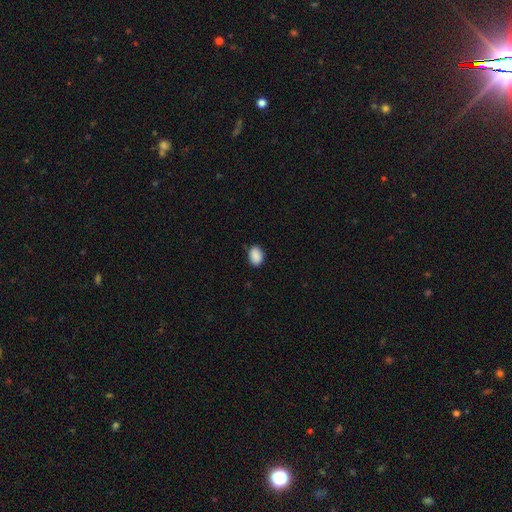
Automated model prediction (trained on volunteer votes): The model was most divided on "how rounded": in between: 80%, round: 19%, cigar-shaped: 1%. More confident: smooth or featured — smooth (90%); merging — none (82%).